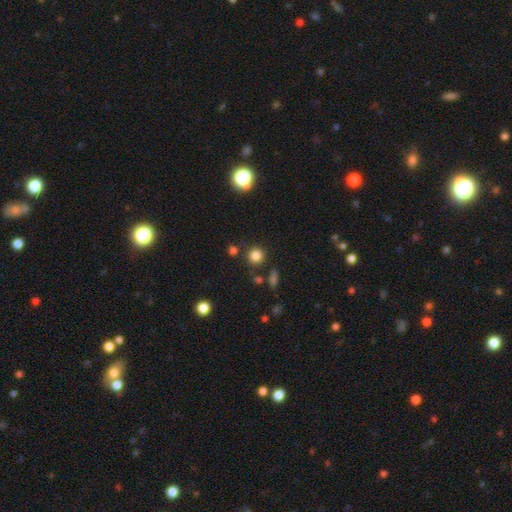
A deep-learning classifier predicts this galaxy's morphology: Smooth or featured?
  - smooth: 81% *
  - star or artifact: 14%
  - featured or disk: 5%
How rounded?
  - round: 92% *
  - in between: 7%
  - cigar-shaped: 1%
Merging?
  - none: 83% *
  - minor disturbance: 8%
  - merger: 6%
  - major disturbance: 3%